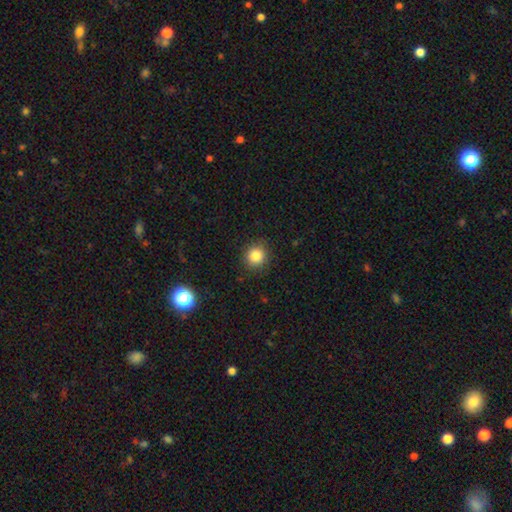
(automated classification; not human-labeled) Smooth or featured?
  - smooth: 83% *
  - star or artifact: 12%
  - featured or disk: 5%
How rounded?
  - round: 90% *
  - in between: 9%
  - cigar-shaped: 1%
Merging?
  - none: 89% *
  - minor disturbance: 8%
  - major disturbance: 2%
  - merger: 1%